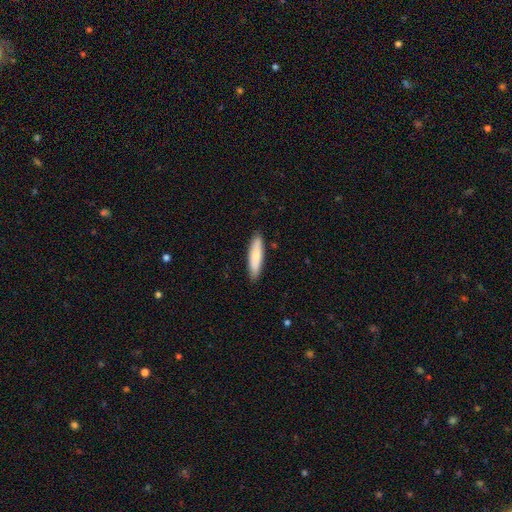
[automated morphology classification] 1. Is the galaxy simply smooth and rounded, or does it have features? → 73% smooth, 21% featured or disk, 5% star or artifact.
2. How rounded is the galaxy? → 71% cigar-shaped, 28% in between, 2% round.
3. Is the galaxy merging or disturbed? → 88% none, 9% minor disturbance, 2% major disturbance, 1% merger.